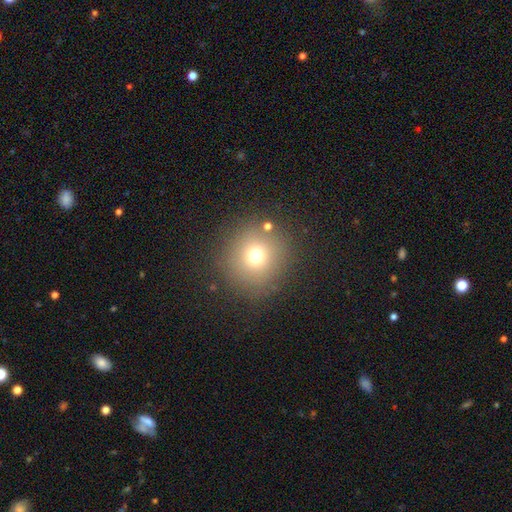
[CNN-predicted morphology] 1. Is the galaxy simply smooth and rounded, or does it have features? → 70% smooth, 18% star or artifact, 12% featured or disk.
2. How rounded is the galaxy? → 92% round, 7% in between, 1% cigar-shaped.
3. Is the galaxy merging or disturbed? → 84% none, 8% minor disturbance, 4% major disturbance, 3% merger.